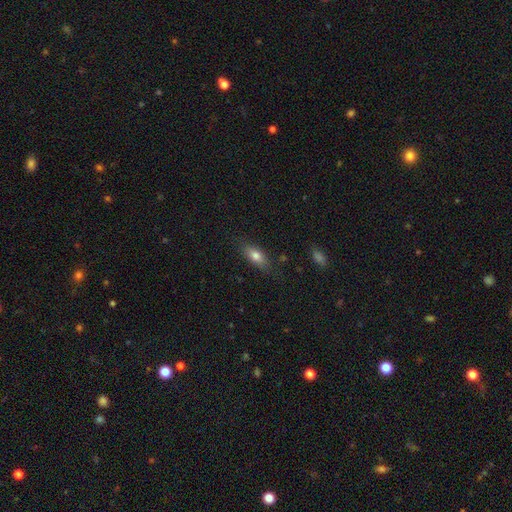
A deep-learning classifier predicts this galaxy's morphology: Overall: smooth (77%). How rounded: in between (80%). Merging: none (80%).